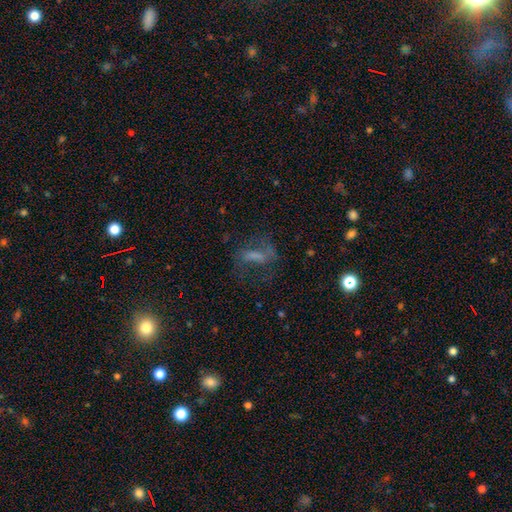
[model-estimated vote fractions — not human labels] Morphology: type=featured or disk (49%); merging=none (56%).